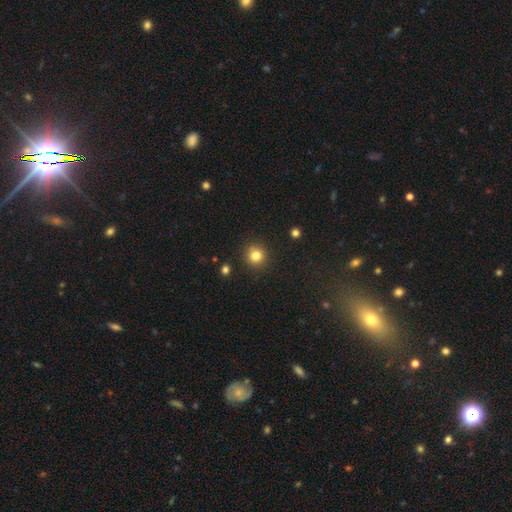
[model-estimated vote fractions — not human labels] Morphology: type=smooth (82%); roundness=round (93%); merging=none (90%).